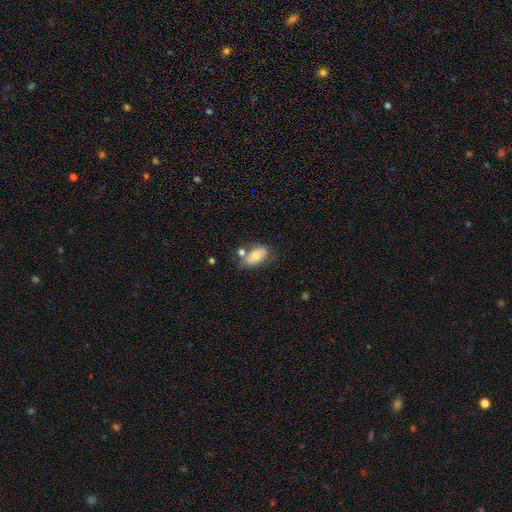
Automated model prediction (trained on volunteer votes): smooth 59%, featured or disk 33%, star or artifact 8%. Down the decision tree: how rounded — in between (90%); merging — none (55%).